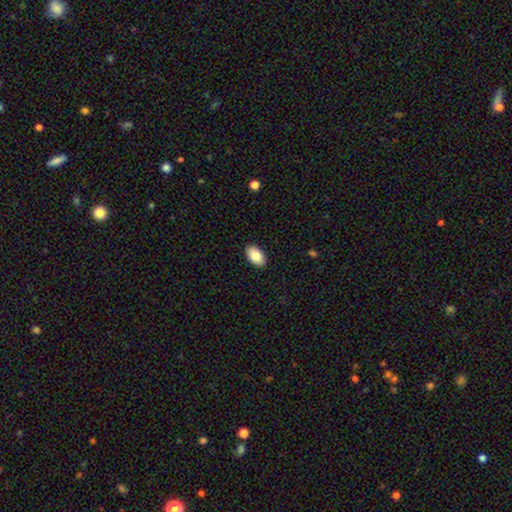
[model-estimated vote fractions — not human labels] smooth 84%, featured or disk 9%, star or artifact 7%. Down the decision tree: how rounded — in between (94%); merging — none (90%).